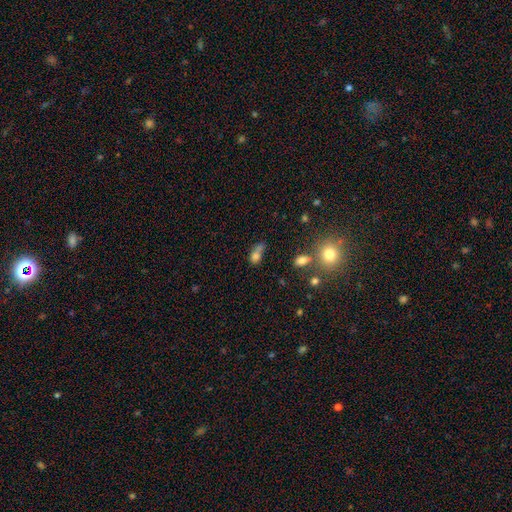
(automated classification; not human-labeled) Smooth or featured?
  - smooth: 75% *
  - featured or disk: 13%
  - star or artifact: 13%
How rounded?
  - in between: 66% *
  - round: 29%
  - cigar-shaped: 5%
Merging?
  - merger: 40% *
  - none: 27%
  - minor disturbance: 18%
  - major disturbance: 15%